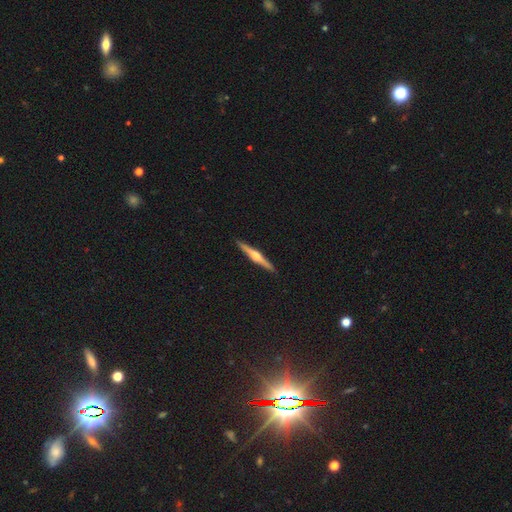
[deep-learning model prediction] This appears to be a featured or disk galaxy (74%) viewed edge-on (98%) with a rounded central bulge (87%). Merging: none (92%).